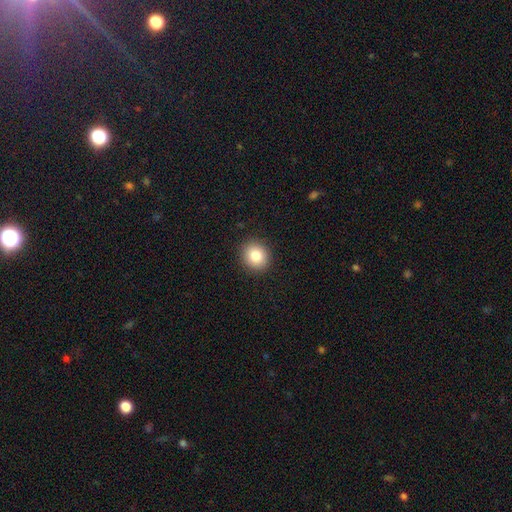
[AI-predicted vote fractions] A smooth galaxy with no disk features (83%) that is round (85%). Merging: none (91%).